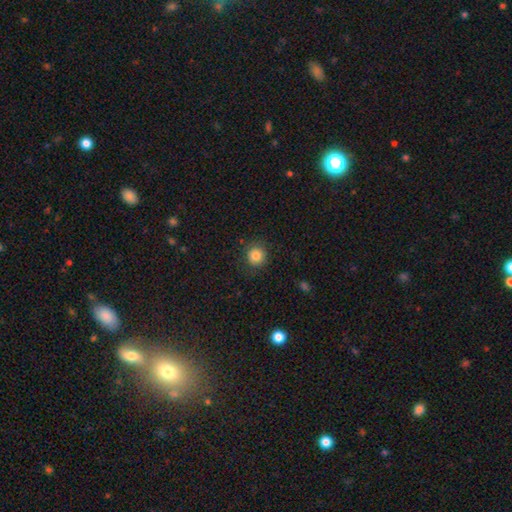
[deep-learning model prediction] Overall: smooth (84%). How rounded: round (92%). Merging: none (87%).